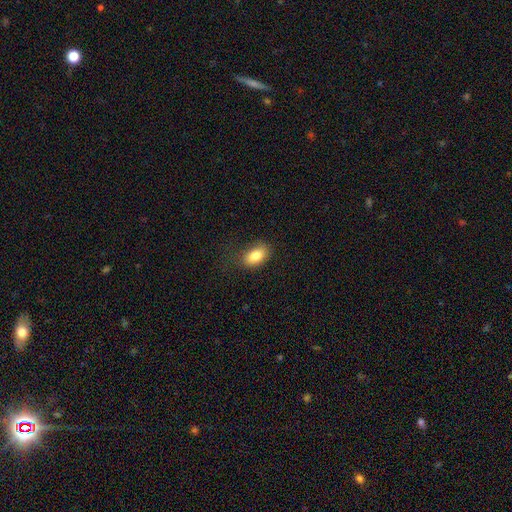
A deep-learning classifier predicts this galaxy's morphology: Overall: smooth (83%). How rounded: in between (89%). Merging: none (74%).